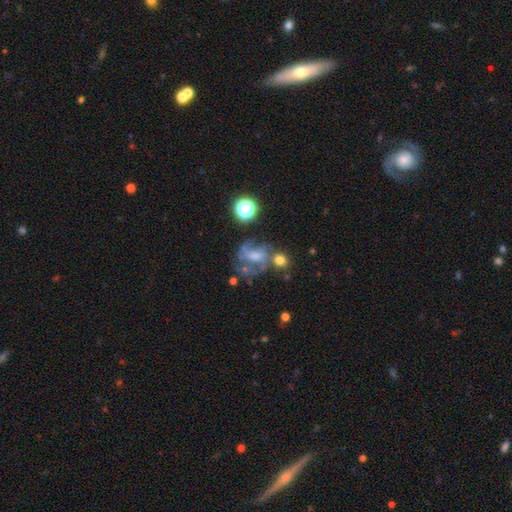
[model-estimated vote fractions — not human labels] Smooth or featured? Predicted: featured or disk (p=0.64). Edge-on disk? Predicted: no (p=0.97). Bar? Predicted: weak (p=0.43). Spiral arms? Predicted: yes (p=0.78). Bulge size? Predicted: moderate (p=0.38). Merging? Predicted: none (p=0.47).